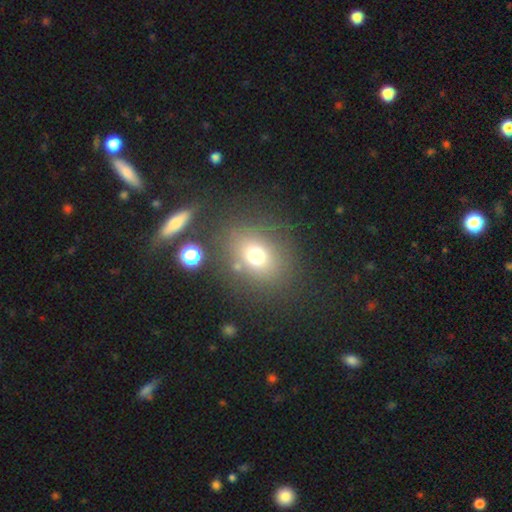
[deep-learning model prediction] smooth_or_featured: smooth (p=0.70) [alt: star or artifact p=0.18]
how_rounded: round (p=0.59) [alt: in between p=0.40]
merging: none (p=0.76) [alt: minor disturbance p=0.11]